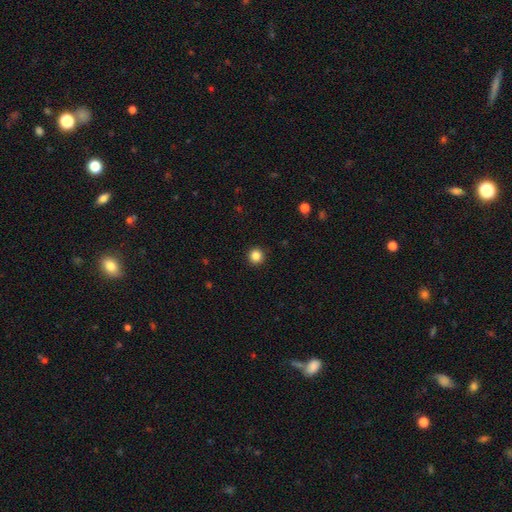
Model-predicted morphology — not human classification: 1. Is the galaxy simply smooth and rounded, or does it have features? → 86% smooth, 11% star or artifact, 3% featured or disk.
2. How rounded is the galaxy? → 95% round, 4% in between, 1% cigar-shaped.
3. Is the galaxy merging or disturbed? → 93% none, 5% minor disturbance, 2% major disturbance, 1% merger.